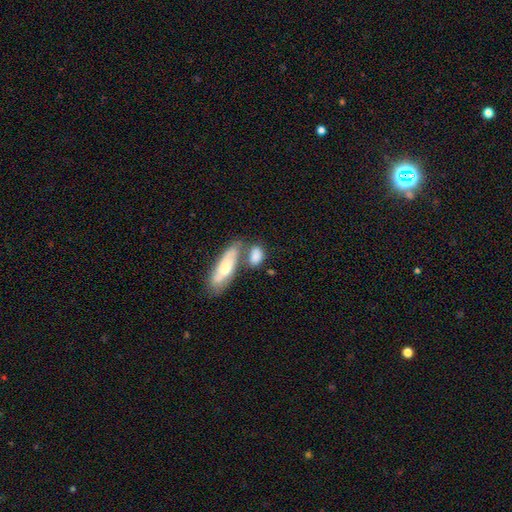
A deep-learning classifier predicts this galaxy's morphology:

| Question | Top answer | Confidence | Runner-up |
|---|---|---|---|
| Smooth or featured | smooth | 77% | featured or disk (16%) |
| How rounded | in between | 75% | cigar-shaped (16%) |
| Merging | none | 39% | merger (38%) |